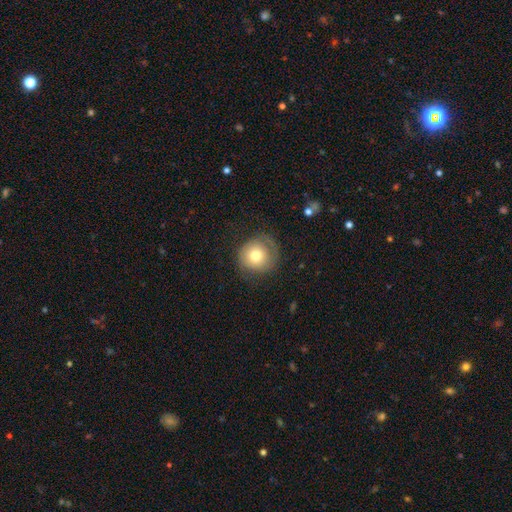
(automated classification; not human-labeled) This is likely a smooth galaxy (64%). How rounded: clearly round (90%). Merging: likely none (63%).